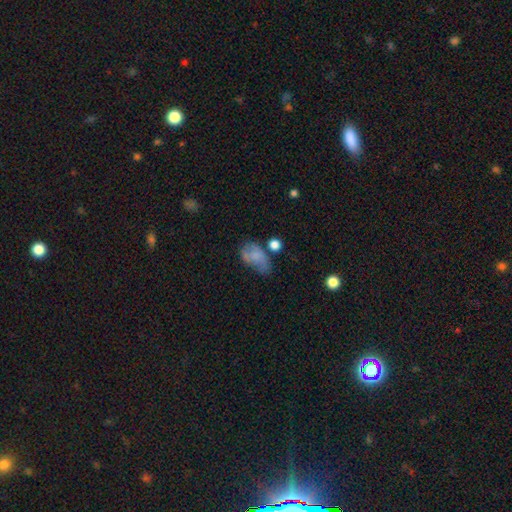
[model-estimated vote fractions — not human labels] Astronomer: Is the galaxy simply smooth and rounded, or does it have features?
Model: smooth — 67%.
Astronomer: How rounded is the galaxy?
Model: in between — 88%.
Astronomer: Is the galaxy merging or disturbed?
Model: none — 37% (runner-up: minor disturbance, 31%).